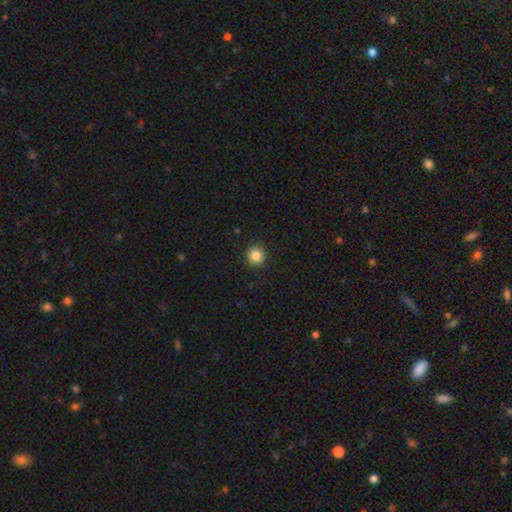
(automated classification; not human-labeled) Overall: smooth (85%). How rounded: round (94%). Merging: none (92%).